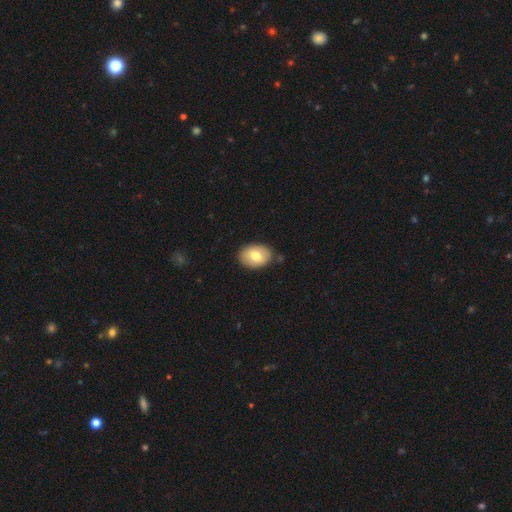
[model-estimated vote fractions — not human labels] smooth-or-featured: smooth: 73% | featured or disk: 20% | star or artifact: 7%
  how-rounded: in between: 82% | round: 17% | cigar-shaped: 1%
  merging: none: 82% | minor disturbance: 13% | merger: 3% | major disturbance: 3%